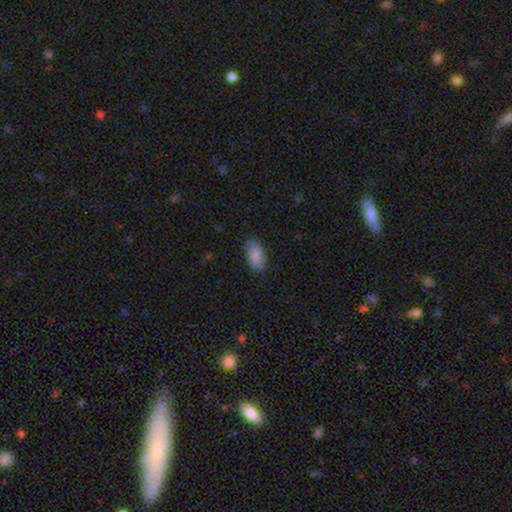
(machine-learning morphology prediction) Smooth or featured? Predicted: smooth (p=0.86). How rounded? Predicted: in between (p=0.93). Merging? Predicted: none (p=0.83).